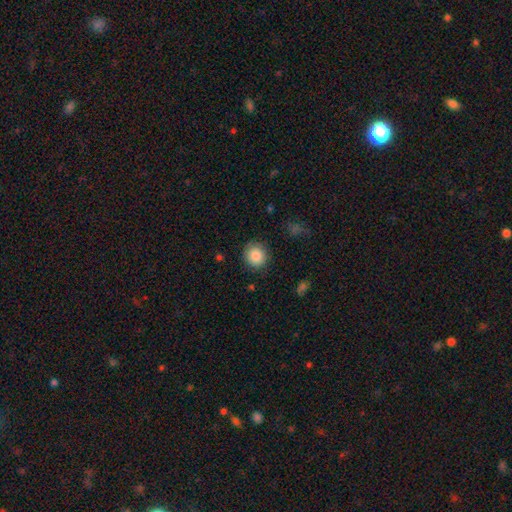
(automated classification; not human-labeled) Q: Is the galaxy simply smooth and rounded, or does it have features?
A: smooth — 87%.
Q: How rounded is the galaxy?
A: round — 89%.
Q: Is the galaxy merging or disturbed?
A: none — 87%.